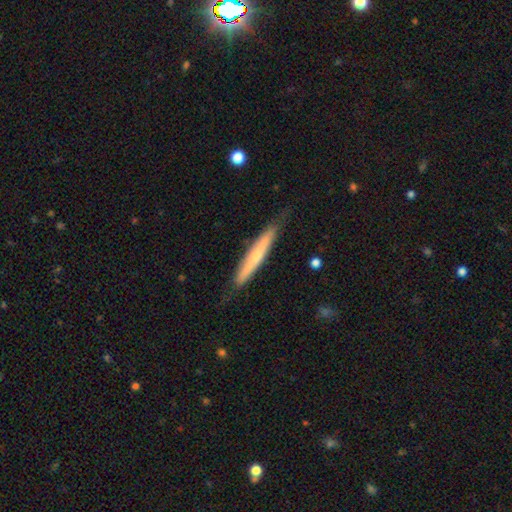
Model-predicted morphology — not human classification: Smooth or featured?
  - featured or disk: 49% *
  - smooth: 45%
  - star or artifact: 6%
Merging?
  - none: 77% *
  - minor disturbance: 18%
  - major disturbance: 3%
  - merger: 1%